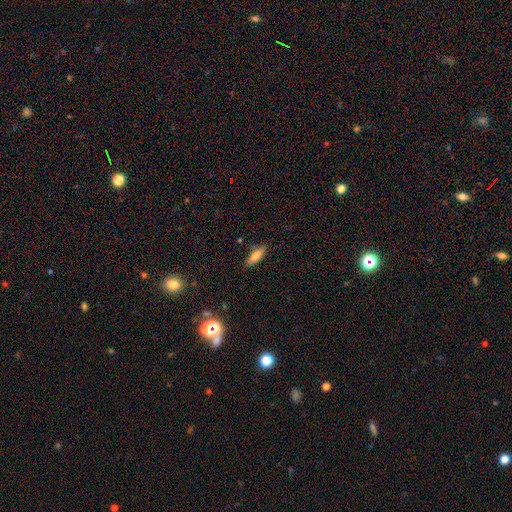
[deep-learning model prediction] This appears to be a smooth galaxy with no disk features (73%) that is in between round and cigar-shaped (53%). Merging: none (84%).